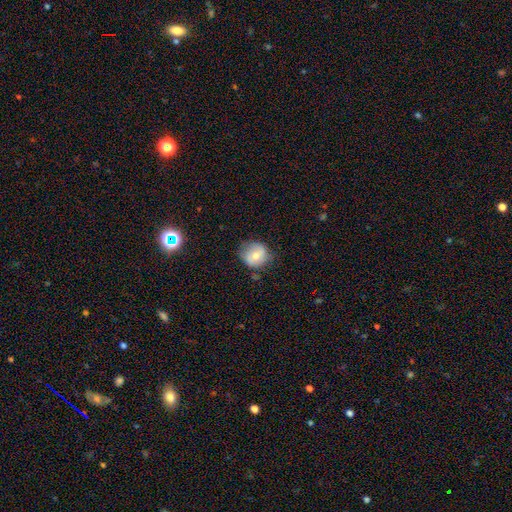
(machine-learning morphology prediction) Smooth or featured? Predicted: smooth (p=0.62). How rounded? Predicted: round (p=0.81). Merging? Predicted: none (p=0.67).